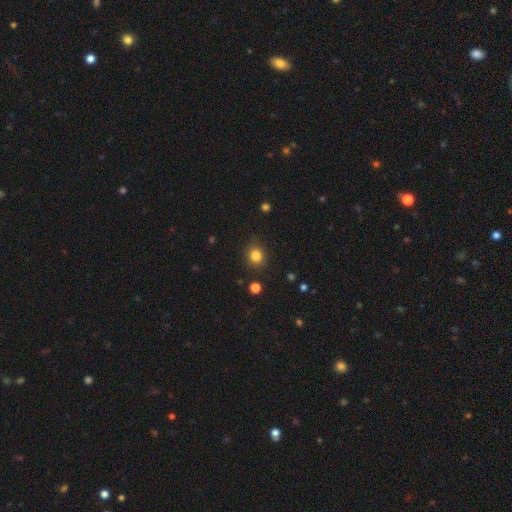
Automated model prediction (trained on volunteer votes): This is clearly a smooth galaxy (83%). How rounded: likely round (69%). Merging: clearly none (84%).